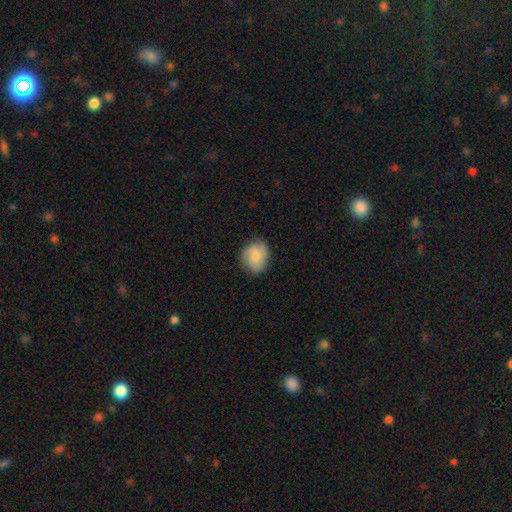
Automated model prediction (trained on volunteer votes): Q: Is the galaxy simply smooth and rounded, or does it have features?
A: smooth — 71%.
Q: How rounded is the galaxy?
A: round — 63%.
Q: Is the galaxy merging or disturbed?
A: none — 73%.